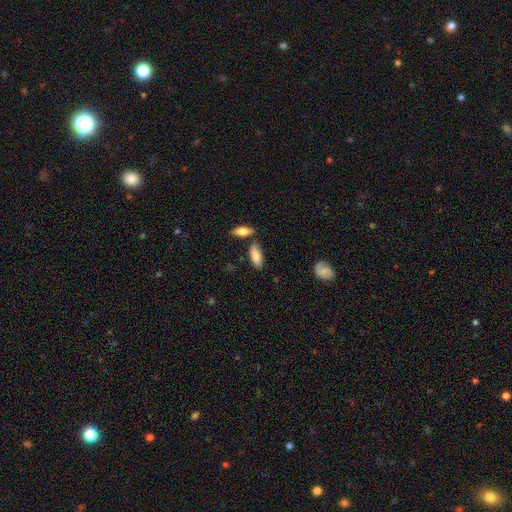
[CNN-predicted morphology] type=smooth (85%); roundness=in between (80%); merging=none (73%).